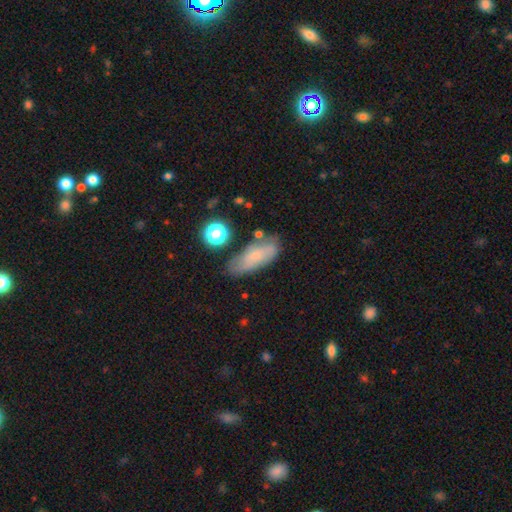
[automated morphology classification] type=smooth (65%); roundness=in between (73%); merging=none (64%).